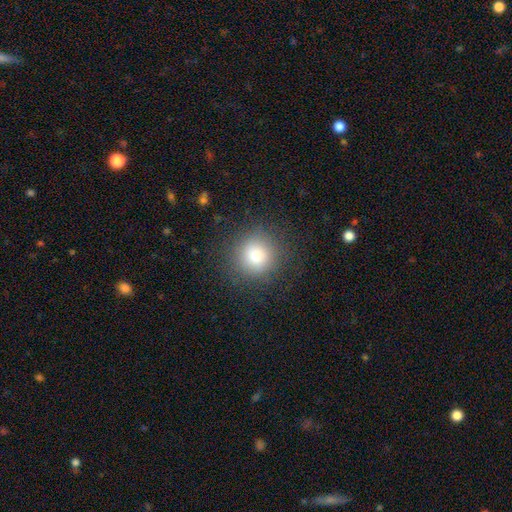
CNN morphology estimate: Overall: smooth (81%). How rounded: round (92%). Merging: none (87%).